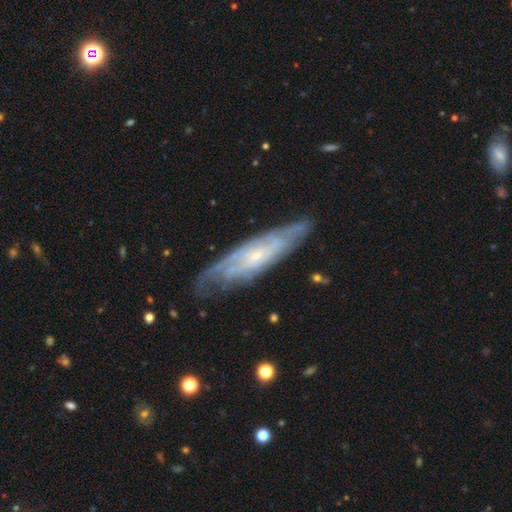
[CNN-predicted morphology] featured or disk 78%, smooth 16%, star or artifact 6%. Down the decision tree: edge-on disk — no (71%); bar — no (68%); spiral arms — yes (88%); bulge size — small (79%); merging — none (73%).